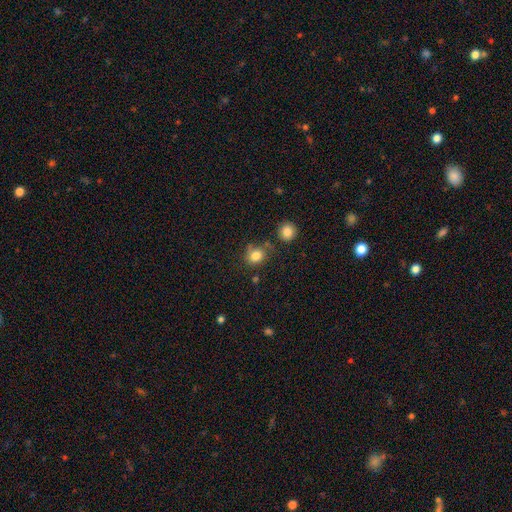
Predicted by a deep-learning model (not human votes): This is clearly a smooth galaxy (82%). How rounded: likely round (70%). Merging: likely none (67%).